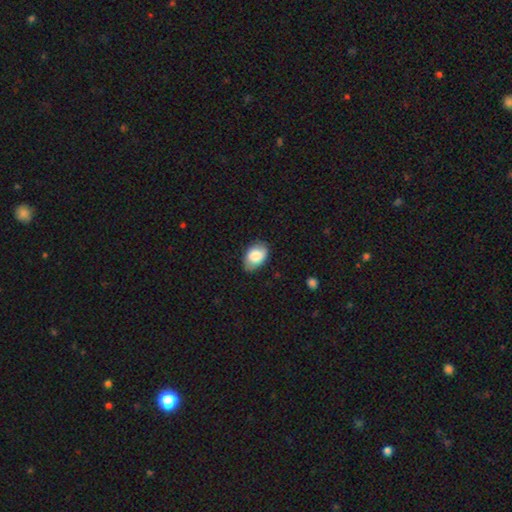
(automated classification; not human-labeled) This appears to be a smooth galaxy with no disk features (80%) that is in between round and cigar-shaped (87%). Merging: none (76%).